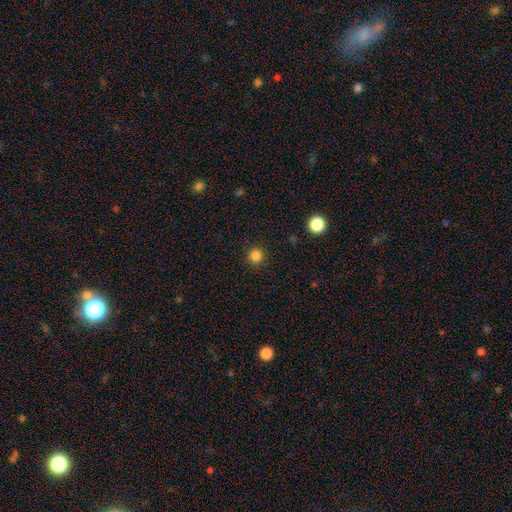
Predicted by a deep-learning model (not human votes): Smooth or featured? smooth (84%)
How rounded? round (95%)
Merging? none (91%)